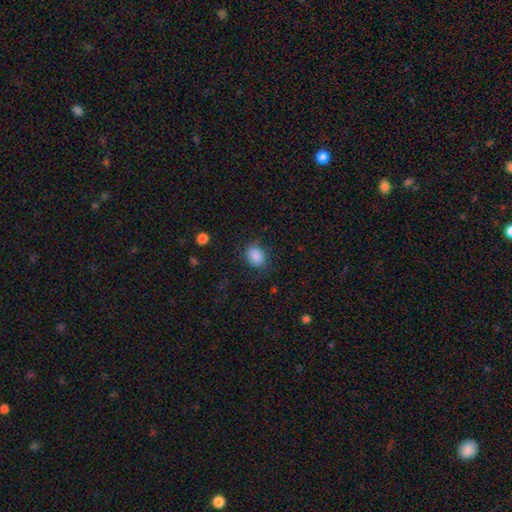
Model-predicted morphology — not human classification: type=smooth (85%); roundness=in between (53%); merging=none (77%).